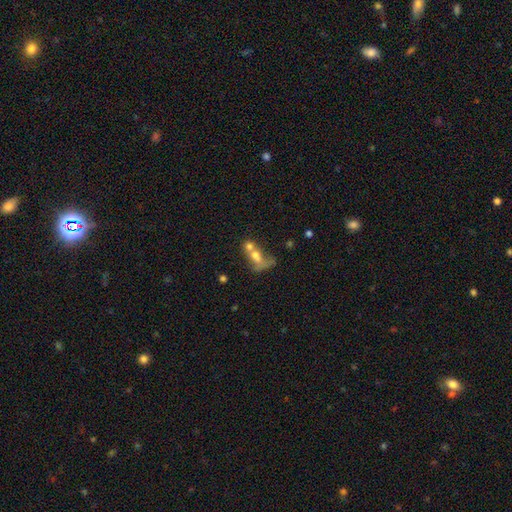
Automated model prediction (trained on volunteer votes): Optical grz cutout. It shows a smooth galaxy with no disk features (57%) that is in between round and cigar-shaped (55%). Merging: merger (64%).